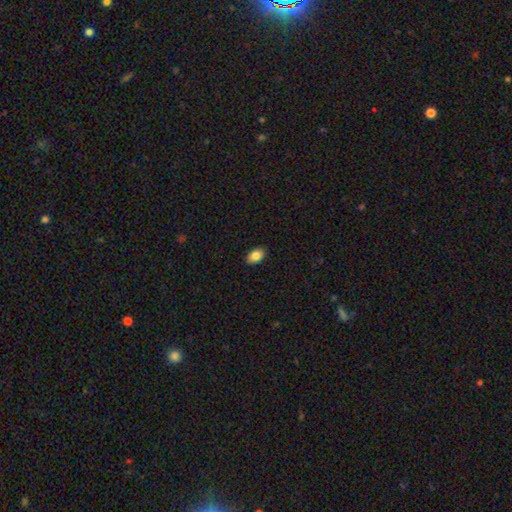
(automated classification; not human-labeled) This appears to be a smooth galaxy with no disk features (85%) that is in between round and cigar-shaped (90%). Merging: none (89%).